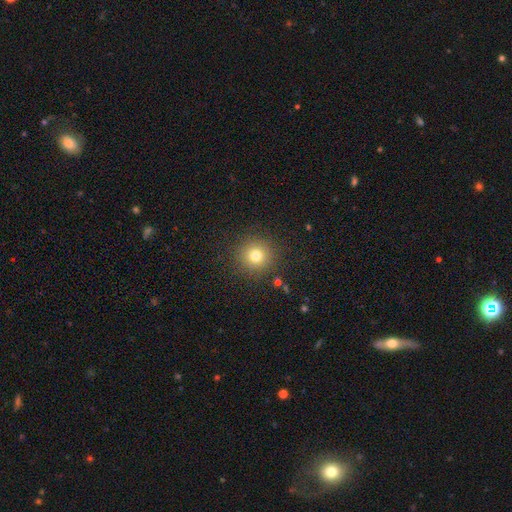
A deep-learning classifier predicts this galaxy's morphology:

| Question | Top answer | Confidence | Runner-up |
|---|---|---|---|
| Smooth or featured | smooth | 77% | star or artifact (15%) |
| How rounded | round | 95% | in between (4%) |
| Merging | none | 89% | minor disturbance (6%) |